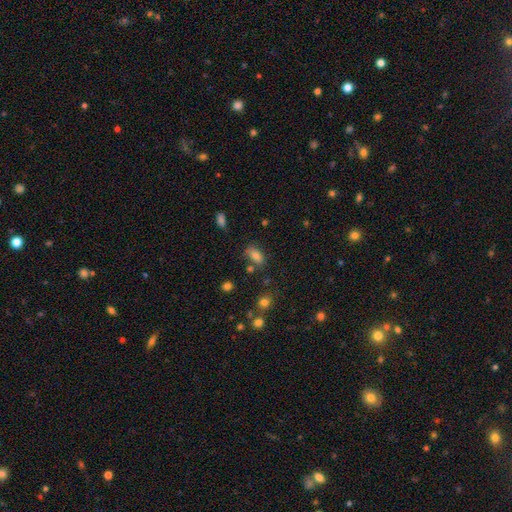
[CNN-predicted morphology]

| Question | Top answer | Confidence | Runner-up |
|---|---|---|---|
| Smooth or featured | smooth | 77% | star or artifact (12%) |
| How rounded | in between | 88% | round (7%) |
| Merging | none | 69% | minor disturbance (18%) |